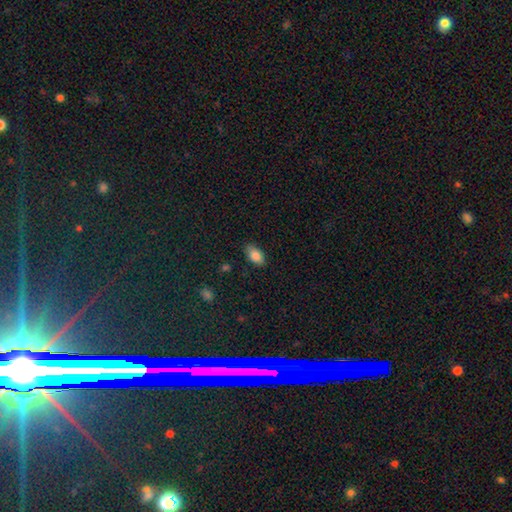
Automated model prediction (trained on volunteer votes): Morphology: type=smooth (84%); roundness=in between (91%); merging=none (83%).